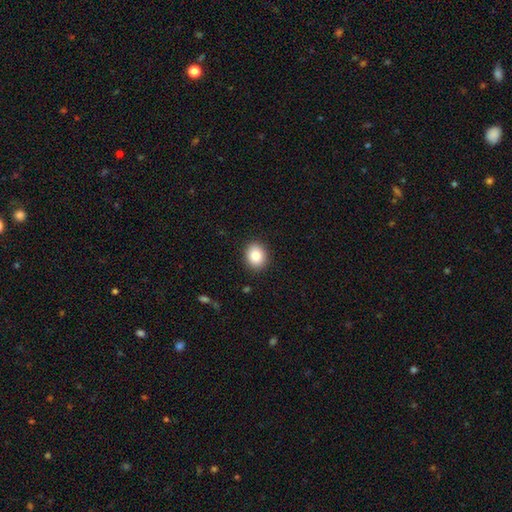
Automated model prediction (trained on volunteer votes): Smooth or featured: smooth — 85% (star or artifact — 9%)
How rounded: round — 58% (in between — 42%)
Merging: none — 90% (minor disturbance — 7%)